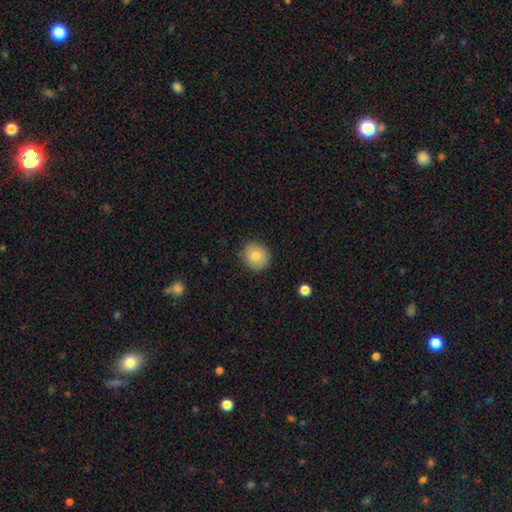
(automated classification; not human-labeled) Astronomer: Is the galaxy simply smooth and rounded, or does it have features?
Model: smooth — 79%.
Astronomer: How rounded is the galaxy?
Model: round — 84%.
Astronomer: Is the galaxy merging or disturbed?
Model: none — 88%.